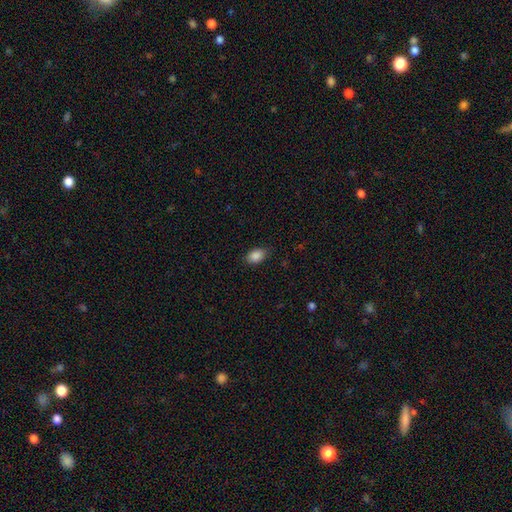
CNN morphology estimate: The model was most divided on "merging": none: 81%, minor disturbance: 15%, major disturbance: 3%, merger: 1%. More confident: smooth or featured — smooth (88%); how rounded — in between (85%).